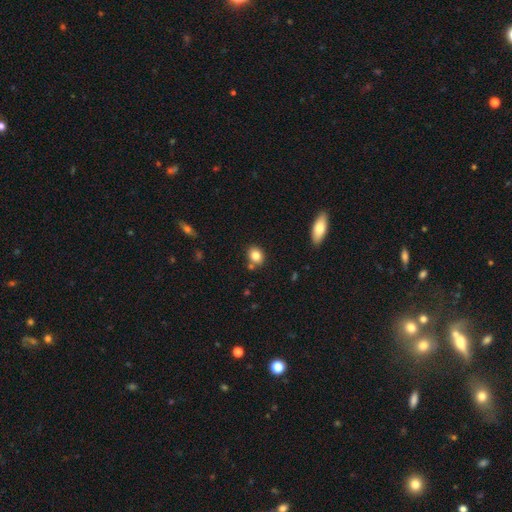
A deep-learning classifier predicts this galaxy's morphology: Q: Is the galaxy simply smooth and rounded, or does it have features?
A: smooth — 83%.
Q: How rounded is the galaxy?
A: in between — 50%.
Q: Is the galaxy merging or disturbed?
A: none — 73%.